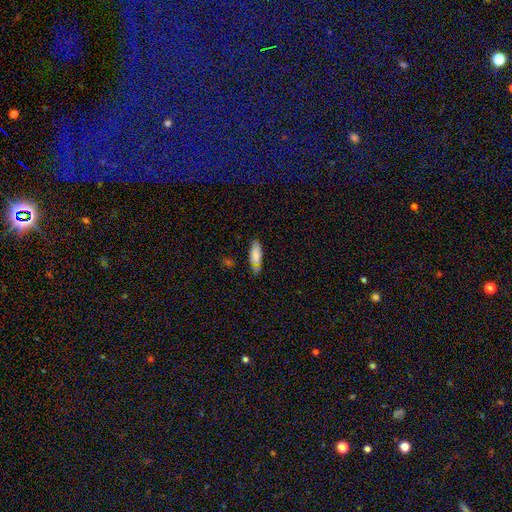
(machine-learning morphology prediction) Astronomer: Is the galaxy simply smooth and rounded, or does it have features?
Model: smooth — 81%.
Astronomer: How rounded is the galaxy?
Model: in between — 75%.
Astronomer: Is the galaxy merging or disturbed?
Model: none — 63%.